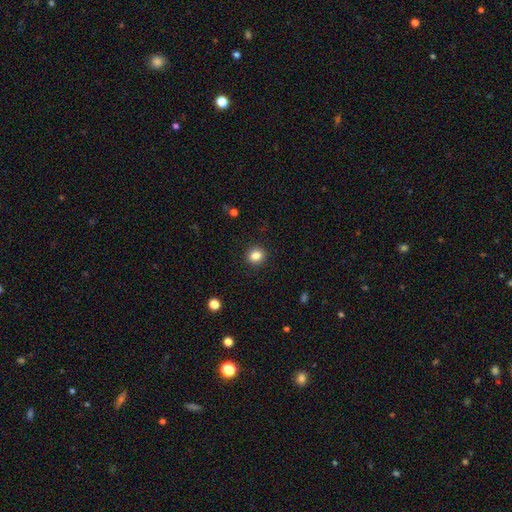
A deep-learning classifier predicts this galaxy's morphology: smooth_or_featured: smooth (p=0.85) [alt: star or artifact p=0.11]
how_rounded: round (p=0.80) [alt: in between p=0.19]
merging: none (p=0.91) [alt: minor disturbance p=0.06]